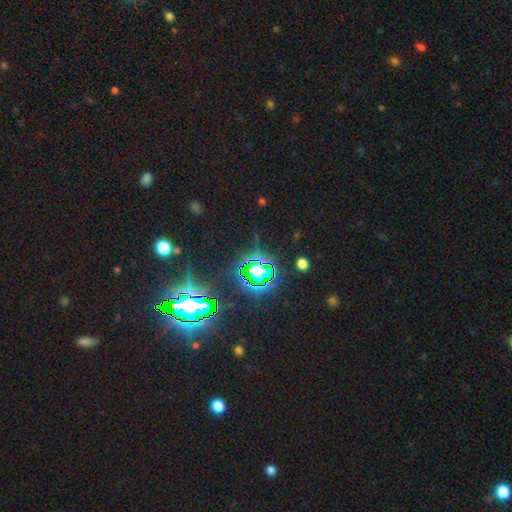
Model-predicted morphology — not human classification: This is clearly a star or artifact rather than a galaxy (82%).